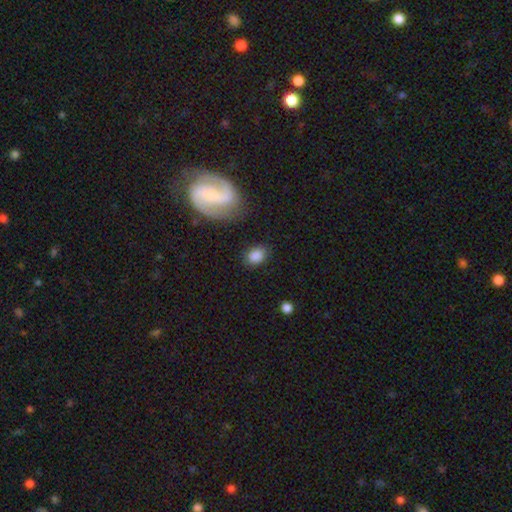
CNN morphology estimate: type=smooth (85%); roundness=in between (67%); merging=none (79%).